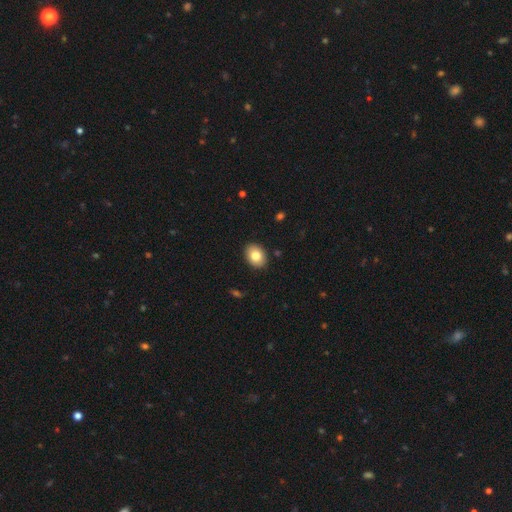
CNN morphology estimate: Smooth or featured?
  - smooth: 81% *
  - featured or disk: 11%
  - star or artifact: 8%
How rounded?
  - in between: 71% *
  - round: 28%
  - cigar-shaped: 1%
Merging?
  - none: 90% *
  - minor disturbance: 8%
  - major disturbance: 2%
  - merger: 1%